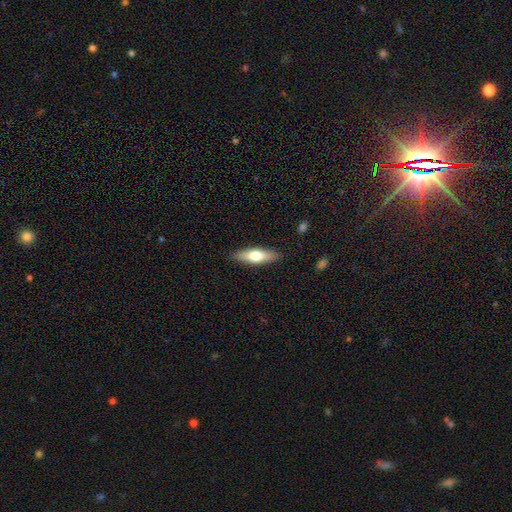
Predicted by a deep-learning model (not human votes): Morphology: type=smooth (58%); roundness=cigar-shaped (56%); merging=none (89%).